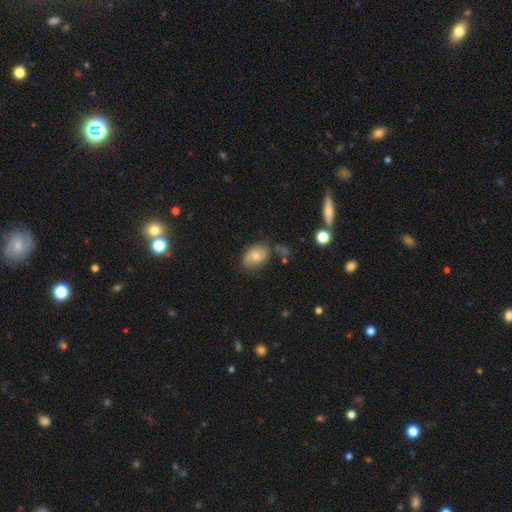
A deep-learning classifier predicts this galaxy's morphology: Smooth or featured? Predicted: smooth (p=0.70). How rounded? Predicted: in between (p=0.81). Merging? Predicted: none (p=0.69).